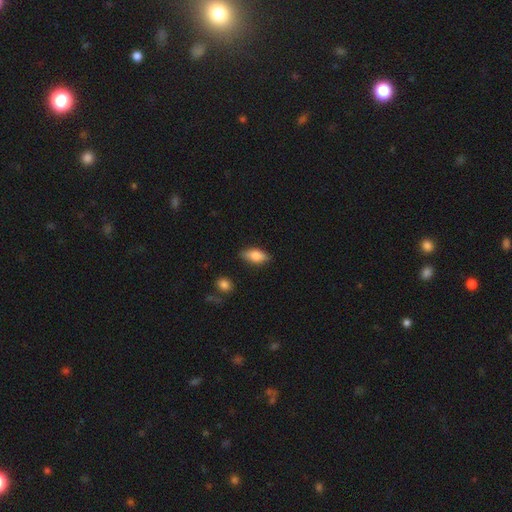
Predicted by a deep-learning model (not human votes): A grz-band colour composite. It shows a smooth galaxy with no disk features (79%) that is in between round and cigar-shaped (87%). Merging: none (83%).